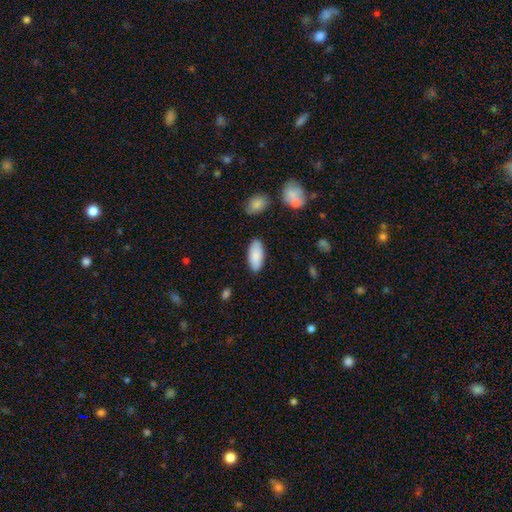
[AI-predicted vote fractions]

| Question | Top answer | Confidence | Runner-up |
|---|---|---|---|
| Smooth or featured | smooth | 87% | featured or disk (7%) |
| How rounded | in between | 88% | cigar-shaped (10%) |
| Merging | none | 85% | minor disturbance (11%) |